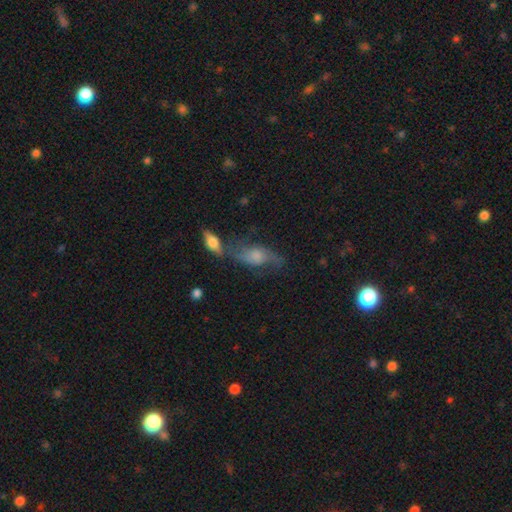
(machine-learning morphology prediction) smooth-or-featured: featured or disk: 61% | smooth: 28% | star or artifact: 12%
  disk-edge-on: no: 78% | yes: 22%
  merging: none: 54% | minor disturbance: 19% | merger: 16% | major disturbance: 12%